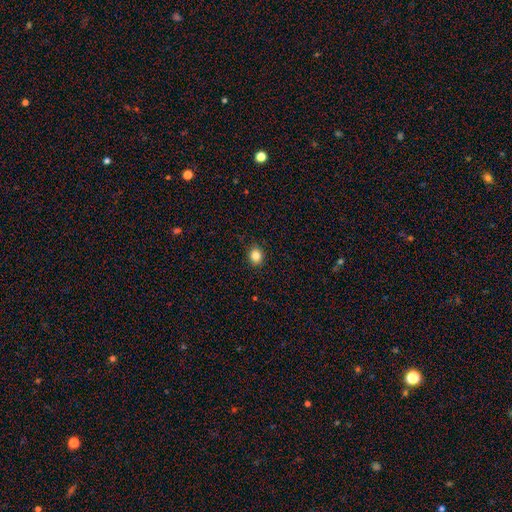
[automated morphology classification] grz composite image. It shows a smooth galaxy with no disk features (84%) that is round (69%). Merging: none (89%).